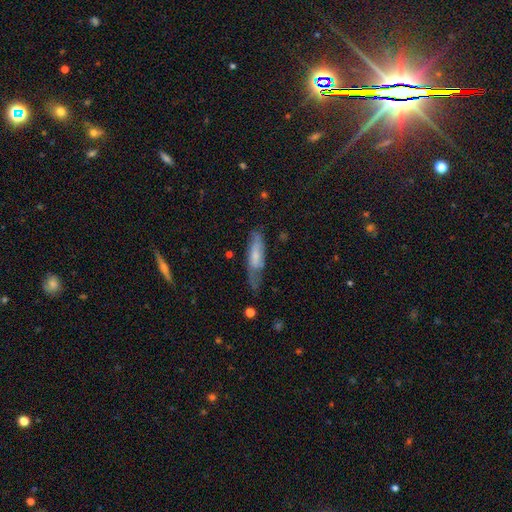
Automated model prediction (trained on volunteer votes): Q: Smooth or featured?
A: smooth (48%); runner-up: featured or disk (45%)
Q: Merging?
A: none (49%); runner-up: minor disturbance (31%)